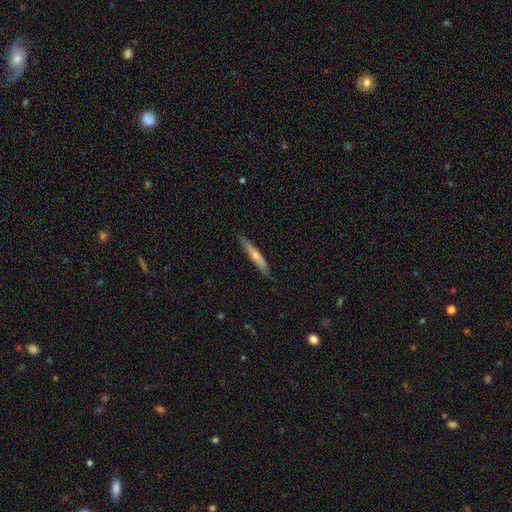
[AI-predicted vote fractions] Smooth or featured? smooth (53%)
How rounded? cigar-shaped (91%)
Merging? none (81%)